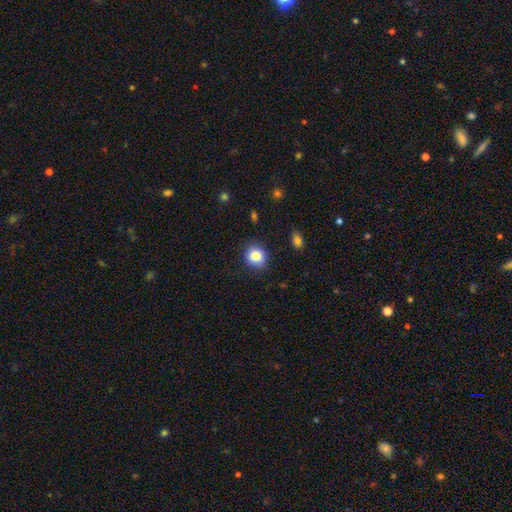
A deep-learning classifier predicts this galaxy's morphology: Q: Smooth or featured?
A: smooth (83%); runner-up: star or artifact (10%)
Q: How rounded?
A: round (79%); runner-up: in between (21%)
Q: Merging?
A: none (87%); runner-up: minor disturbance (10%)